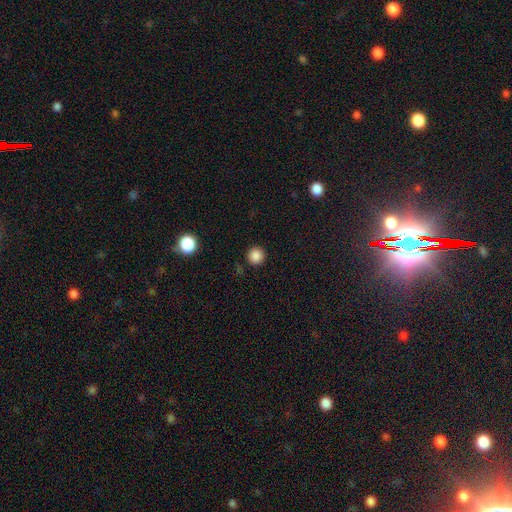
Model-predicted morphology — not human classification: smooth_or_featured: smooth (p=0.86) [alt: star or artifact p=0.11]
how_rounded: round (p=0.96) [alt: in between p=0.04]
merging: none (p=0.91) [alt: minor disturbance p=0.05]